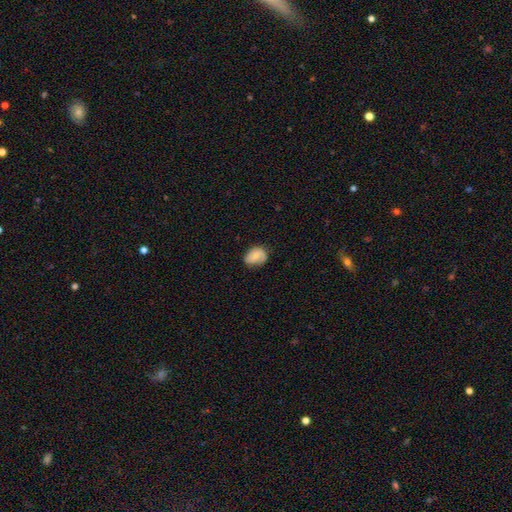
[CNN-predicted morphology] The model was most divided on "how rounded": in between: 64%, round: 35%, cigar-shaped: 1%. More confident: merging — none (64%); smooth or featured — smooth (60%).